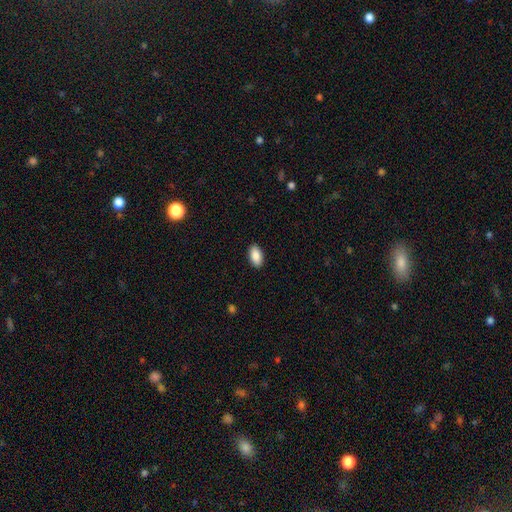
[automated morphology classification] This appears to be a smooth galaxy with no disk features (89%) that is in between round and cigar-shaped (94%). Merging: none (90%).